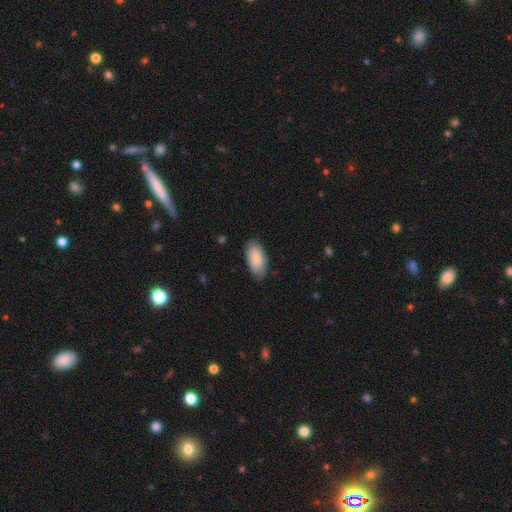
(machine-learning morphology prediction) Smooth or featured? Predicted: smooth (p=0.87). How rounded? Predicted: in between (p=0.93). Merging? Predicted: none (p=0.85).